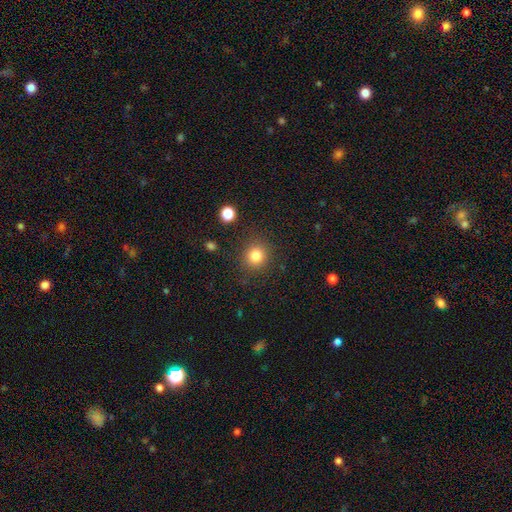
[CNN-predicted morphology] This is clearly a smooth galaxy (82%). How rounded: clearly round (88%). Merging: clearly none (87%).